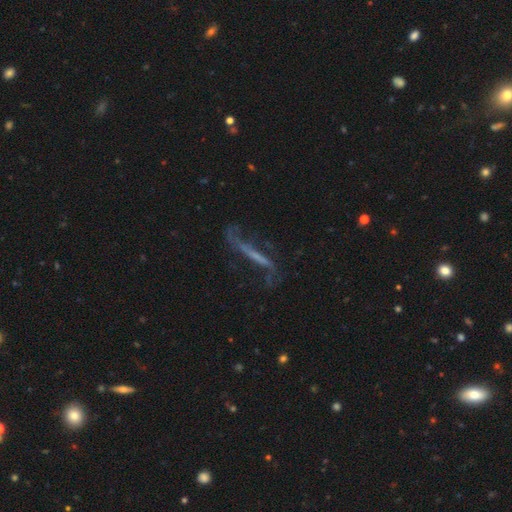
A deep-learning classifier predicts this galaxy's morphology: smooth_or_featured: featured or disk (p=0.66) [alt: smooth p=0.23]
disk_edge_on: yes (p=0.52) [alt: no p=0.48]
merging: none (p=0.46) [alt: major disturbance p=0.28]